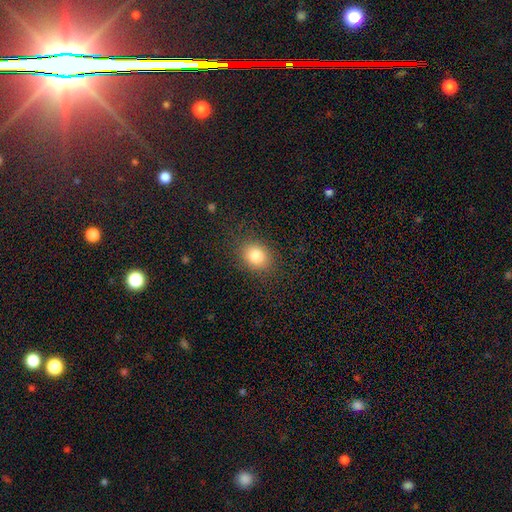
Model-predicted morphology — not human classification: smooth-or-featured: smooth: 83% | star or artifact: 10% | featured or disk: 7%
  how-rounded: round: 53% | in between: 46% | cigar-shaped: 1%
  merging: none: 85% | minor disturbance: 10% | major disturbance: 4% | merger: 1%